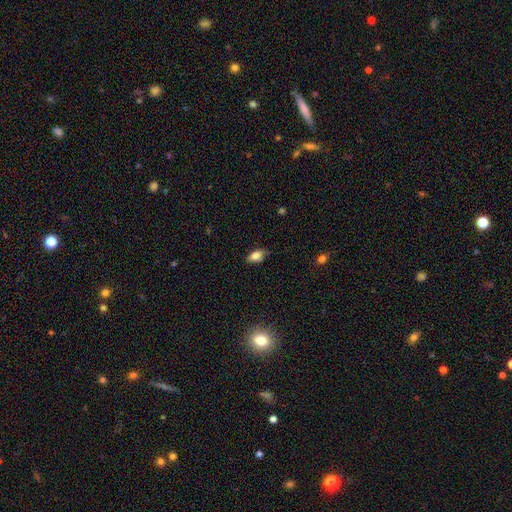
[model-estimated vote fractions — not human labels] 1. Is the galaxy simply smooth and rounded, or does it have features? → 75% smooth, 16% featured or disk, 9% star or artifact.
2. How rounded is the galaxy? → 85% in between, 7% round, 7% cigar-shaped.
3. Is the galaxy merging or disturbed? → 73% none, 22% minor disturbance, 4% major disturbance, 2% merger.